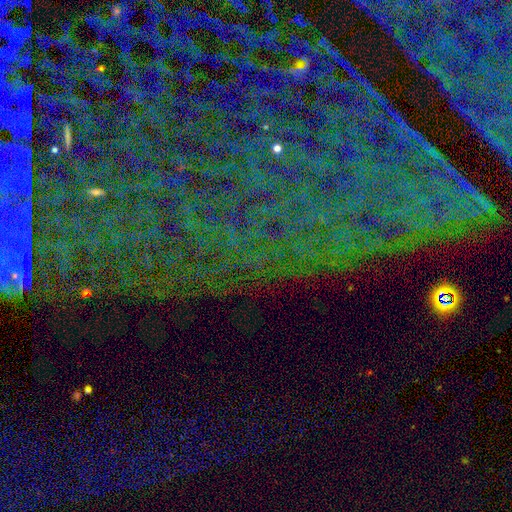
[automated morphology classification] Q: Smooth or featured?
A: star or artifact (81%); runner-up: featured or disk (11%)